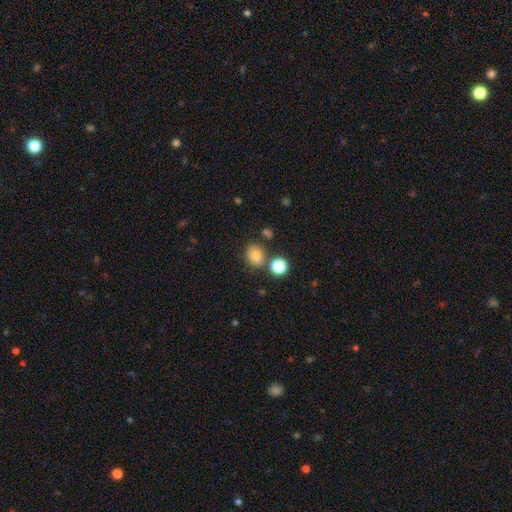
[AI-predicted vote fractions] A smooth galaxy with no disk features (80%) that is round (64%).

Vote fractions:
- Smooth or featured? smooth: 80% / star or artifact: 13% / featured or disk: 7%
- How rounded? round: 64% / in between: 35% / cigar-shaped: 1%
- Merging? none: 74% / minor disturbance: 11% / merger: 11% / major disturbance: 4%